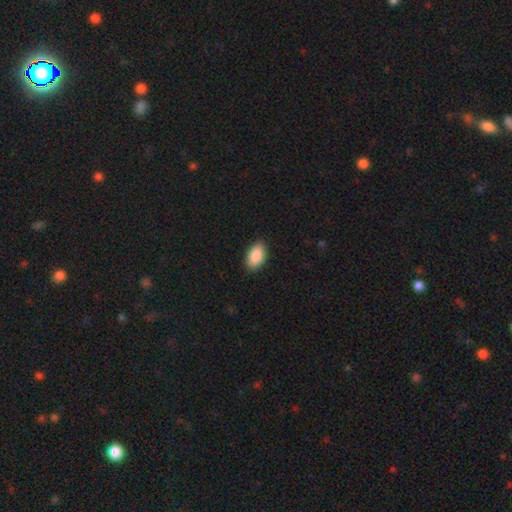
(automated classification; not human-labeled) A smooth galaxy with no disk features (90%) that is in between round and cigar-shaped (95%).

Vote fractions:
- Smooth or featured? smooth: 90% / star or artifact: 6% / featured or disk: 4%
- How rounded? in between: 95% / round: 4% / cigar-shaped: 2%
- Merging? none: 89% / minor disturbance: 8% / major disturbance: 2% / merger: 1%